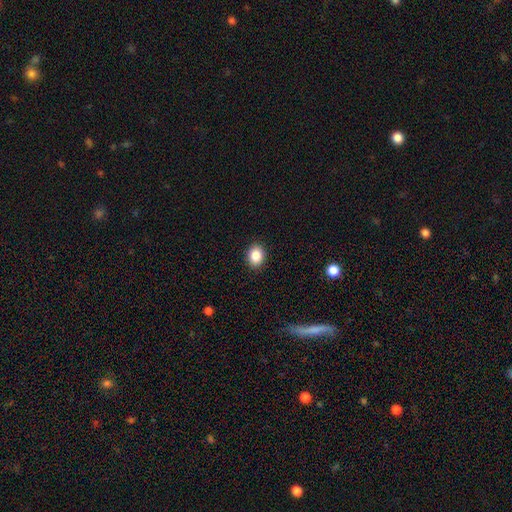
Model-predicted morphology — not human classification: Overall: smooth (86%). How rounded: in between (52%; round 47%). Merging: none (90%).